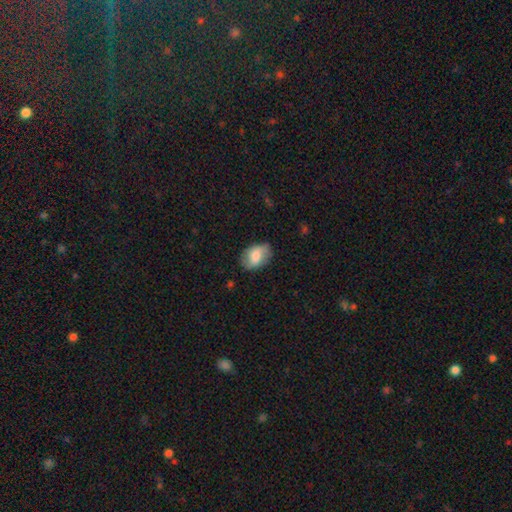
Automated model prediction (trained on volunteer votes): smooth 60%, featured or disk 32%, star or artifact 7%. Down the decision tree: how rounded — in between (85%); merging — none (77%).